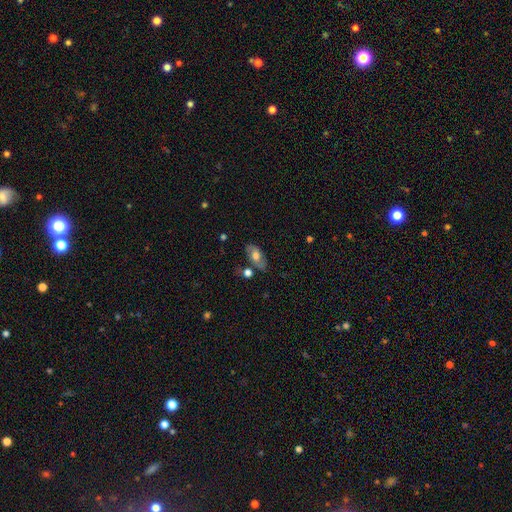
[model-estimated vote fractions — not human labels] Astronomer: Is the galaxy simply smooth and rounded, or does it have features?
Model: smooth — 60%.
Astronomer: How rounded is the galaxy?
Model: in between — 88%.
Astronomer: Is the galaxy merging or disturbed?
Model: none — 70%.